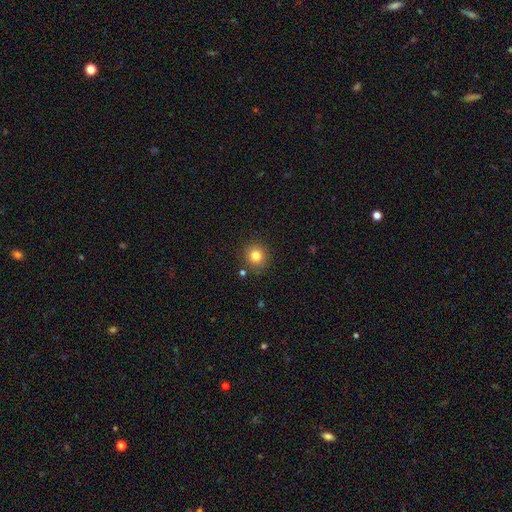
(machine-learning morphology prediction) smooth-or-featured: smooth: 81% | star or artifact: 12% | featured or disk: 7%
  how-rounded: round: 89% | in between: 10% | cigar-shaped: 1%
  merging: none: 86% | minor disturbance: 9% | merger: 3% | major disturbance: 3%